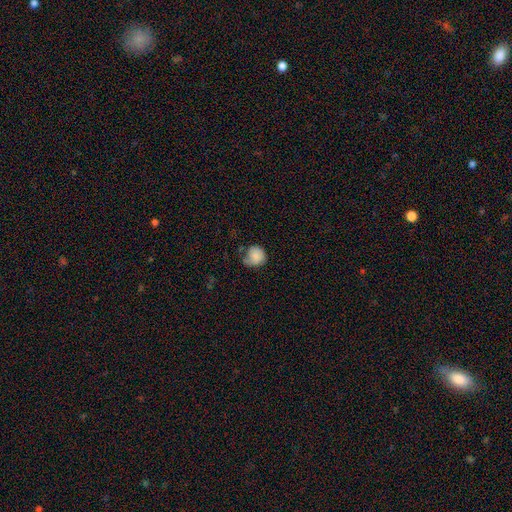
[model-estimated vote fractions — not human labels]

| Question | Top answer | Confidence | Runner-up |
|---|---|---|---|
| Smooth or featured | smooth | 78% | featured or disk (14%) |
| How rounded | round | 81% | in between (18%) |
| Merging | none | 45% | minor disturbance (35%) |